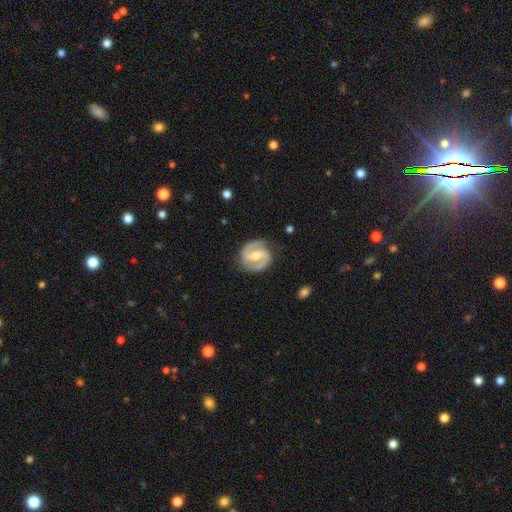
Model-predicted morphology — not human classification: Smooth or featured: featured or disk — 91% (smooth — 5%)
Edge-on disk: no — 98% (yes — 2%)
Bar: weak — 42% (strong — 37%)
Spiral arms: yes — 98% (no — 2%)
Spiral winding: medium — 56% (tight — 32%)
Spiral arm count: 2 — 94% (can't tell — 2%)
Bulge size: moderate — 53% (small — 41%)
Merging: none — 84% (minor disturbance — 12%)